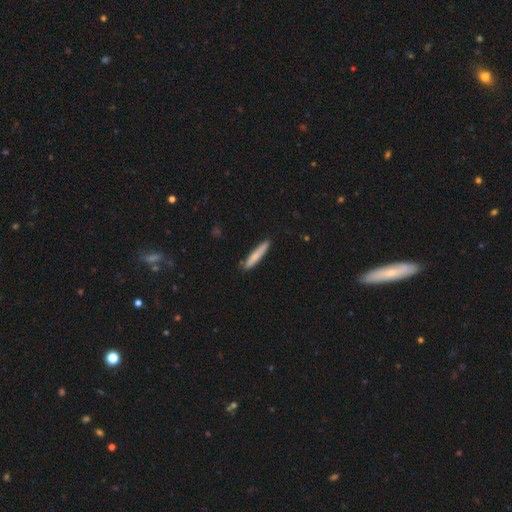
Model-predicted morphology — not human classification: type=smooth (73%); roundness=cigar-shaped (93%); merging=none (86%).